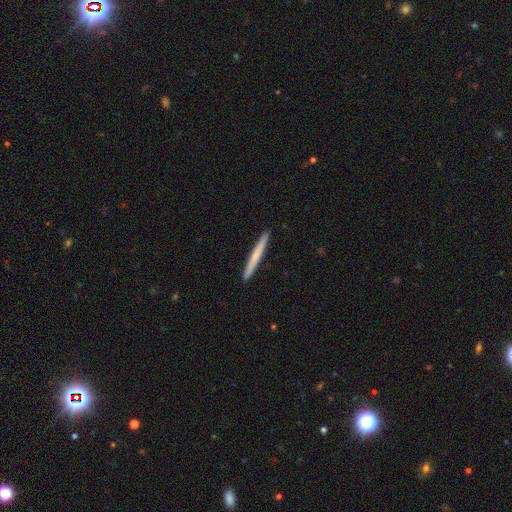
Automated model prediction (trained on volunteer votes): Morphology: type=smooth (62%); roundness=cigar-shaped (97%); merging=none (93%).